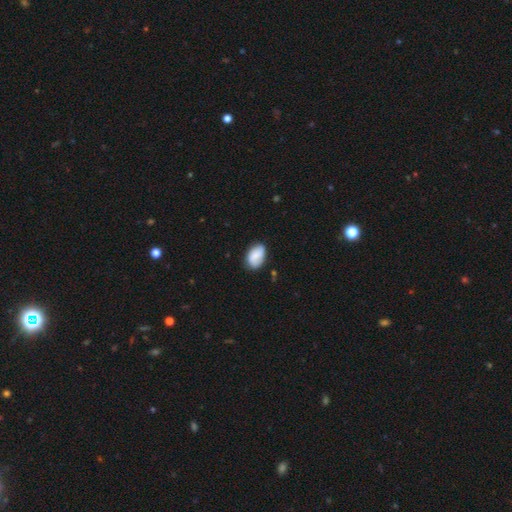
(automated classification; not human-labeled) Smooth or featured? smooth (75%)
How rounded? in between (87%)
Merging? none (71%)